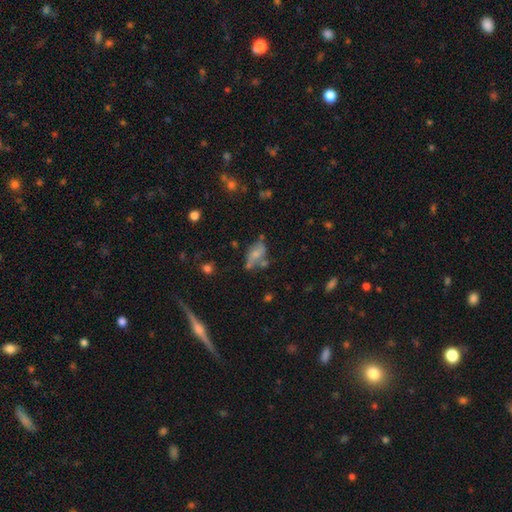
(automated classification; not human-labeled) smooth 55%, featured or disk 34%, star or artifact 11%. Down the decision tree: how rounded — in between (85%); merging — none (44%).